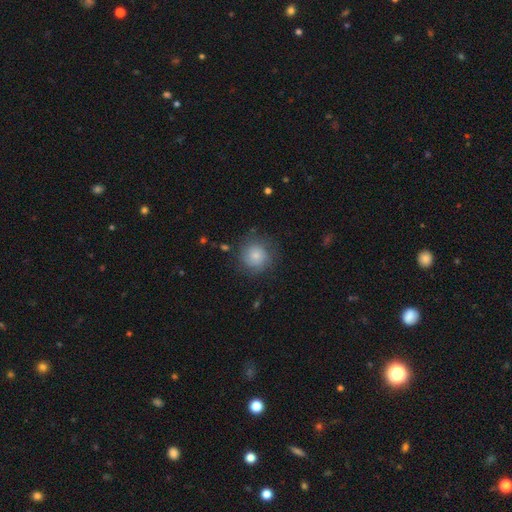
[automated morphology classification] type=smooth (74%); roundness=round (92%); merging=none (76%).